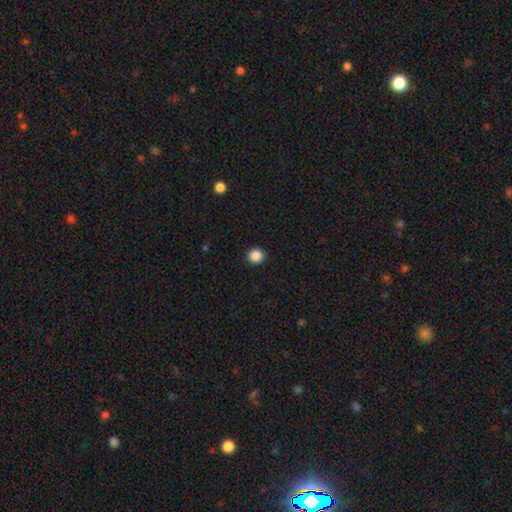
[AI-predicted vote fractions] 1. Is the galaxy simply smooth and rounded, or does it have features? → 87% smooth, 10% star or artifact, 2% featured or disk.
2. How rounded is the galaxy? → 91% round, 8% in between, 1% cigar-shaped.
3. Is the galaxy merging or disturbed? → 92% none, 5% minor disturbance, 2% major disturbance, 1% merger.